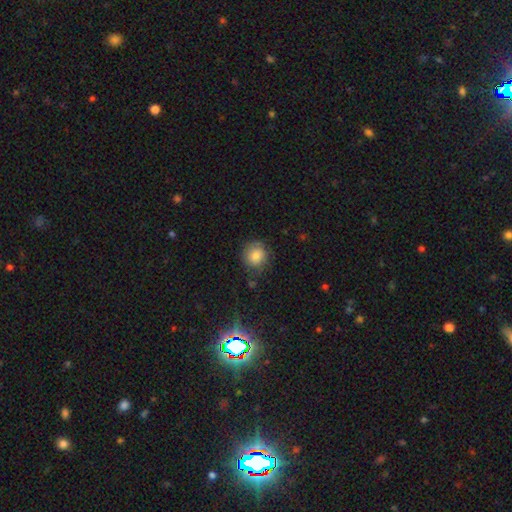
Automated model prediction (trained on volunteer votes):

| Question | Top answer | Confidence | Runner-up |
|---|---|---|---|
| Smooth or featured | smooth | 75% | featured or disk (15%) |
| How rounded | round | 87% | in between (13%) |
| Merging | none | 72% | minor disturbance (19%) |